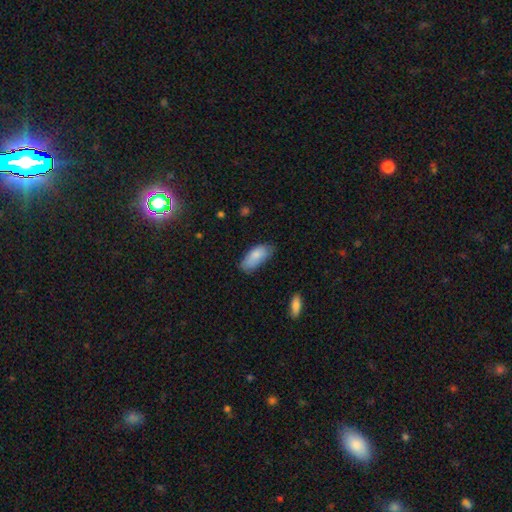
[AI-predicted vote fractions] A smooth galaxy with no disk features (82%) that is in between round and cigar-shaped (89%).

Vote fractions:
- Smooth or featured? smooth: 82% / featured or disk: 12% / star or artifact: 6%
- How rounded? in between: 89% / cigar-shaped: 9% / round: 2%
- Merging? none: 64% / minor disturbance: 29% / major disturbance: 6% / merger: 2%